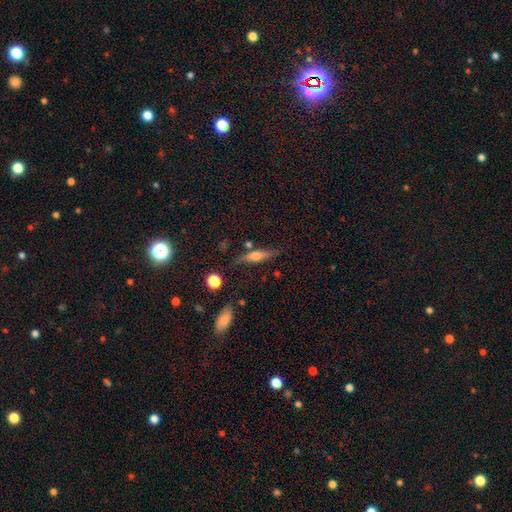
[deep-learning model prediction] Smooth or featured? featured or disk (53%)
Edge-on disk? yes (92%)
Merging? none (76%)